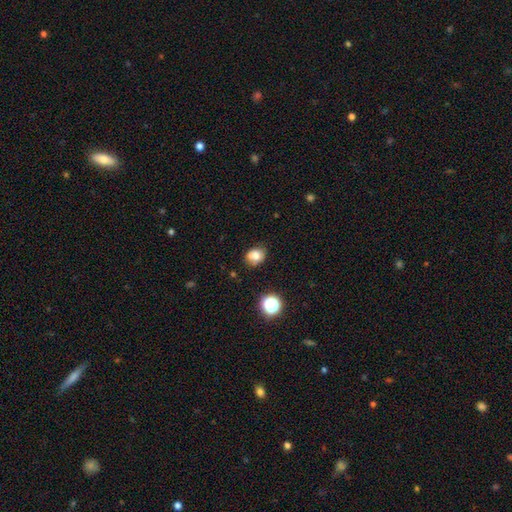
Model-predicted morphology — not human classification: The model was most divided on "how rounded": round: 56%, in between: 43%, cigar-shaped: 1%. More confident: smooth or featured — smooth (75%); merging — none (70%).